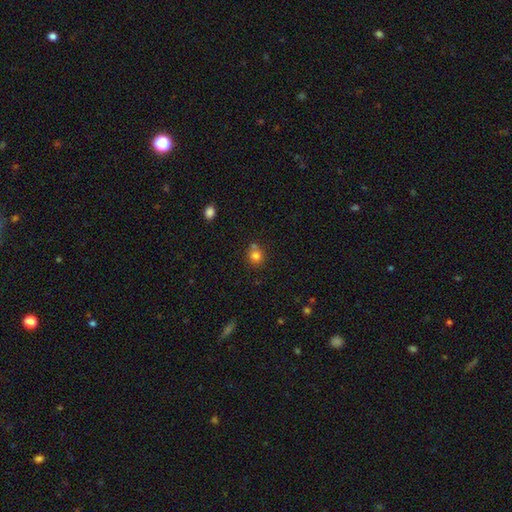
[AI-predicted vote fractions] Morphology: type=smooth (79%); roundness=round (86%); merging=none (60%).